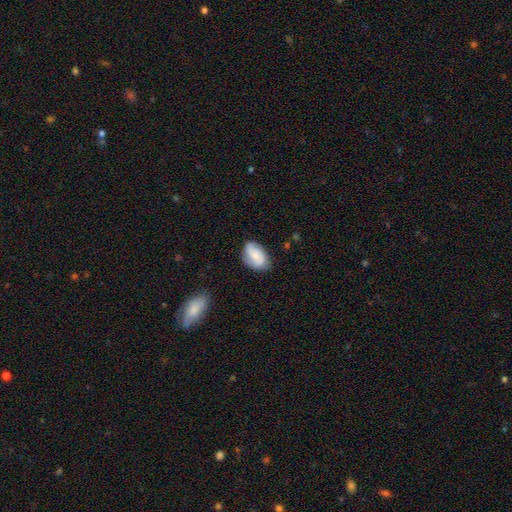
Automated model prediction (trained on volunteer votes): Q: Smooth or featured?
A: smooth (64%); runner-up: featured or disk (28%)
Q: How rounded?
A: in between (88%); runner-up: round (10%)
Q: Merging?
A: none (70%); runner-up: minor disturbance (23%)